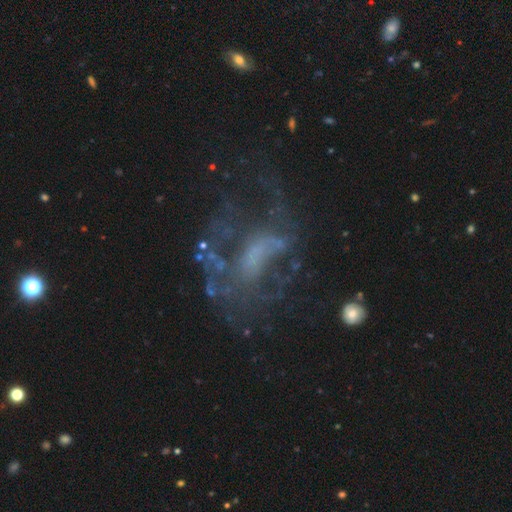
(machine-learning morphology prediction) smooth-or-featured: featured or disk: 69% | star or artifact: 18% | smooth: 13%
  disk-edge-on: no: 96% | yes: 4%
    bar: no: 53% | weak: 33% | strong: 14%
    has-spiral-arms: yes: 54% | no: 46%
    bulge-size: none: 47% | small: 28% | moderate: 19% | large: 5% | dominant: 1%
  merging: none: 46% | major disturbance: 34% | minor disturbance: 16% | merger: 4%